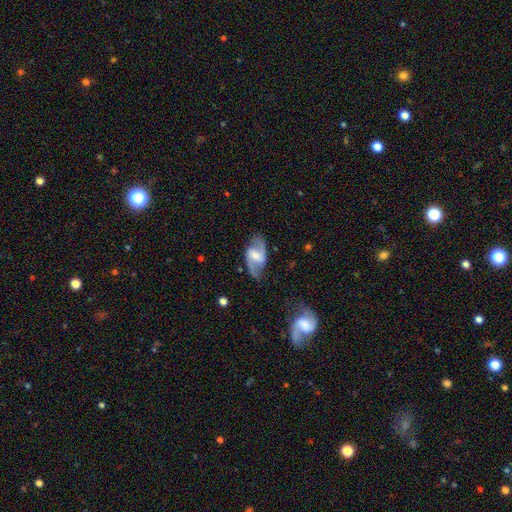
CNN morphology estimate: Smooth or featured? featured or disk (82%)
Edge-on disk? no (96%)
Bar? weak (50%)
Spiral arms? yes (94%)
Spiral winding? medium (50%)
Spiral arm count? 2 (92%)
Bulge size? moderate (42%)
Merging? none (78%)